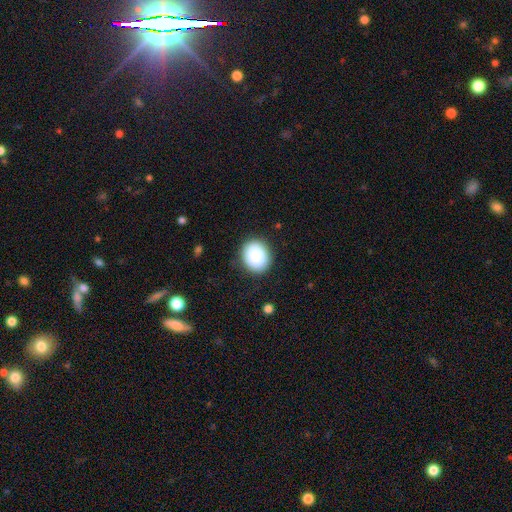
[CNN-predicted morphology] A smooth galaxy with no disk features (88%) that is round (65%). Merging: none (86%).